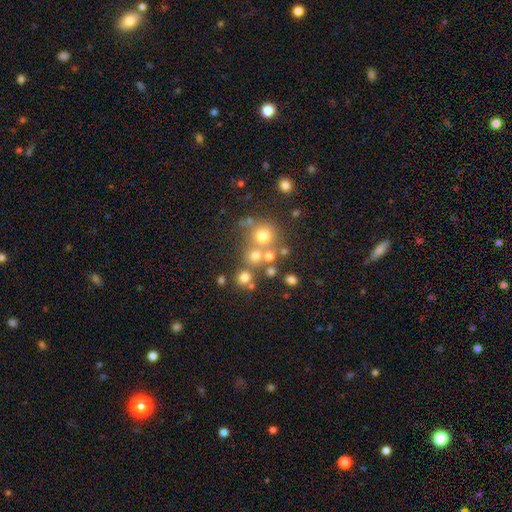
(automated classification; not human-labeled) The model was most divided on "merging": none: 58%, merger: 28%, minor disturbance: 9%, major disturbance: 5%. More confident: how rounded — round (87%); smooth or featured — smooth (65%).